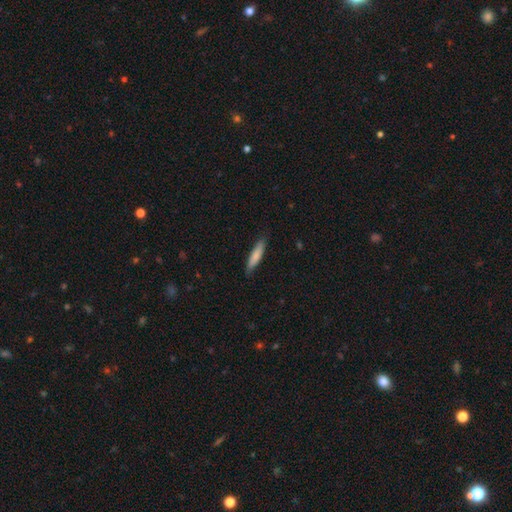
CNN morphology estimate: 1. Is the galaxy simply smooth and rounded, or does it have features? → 79% smooth, 15% featured or disk, 5% star or artifact.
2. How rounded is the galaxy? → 84% cigar-shaped, 15% in between, 1% round.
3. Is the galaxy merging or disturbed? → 83% none, 13% minor disturbance, 2% major disturbance, 1% merger.